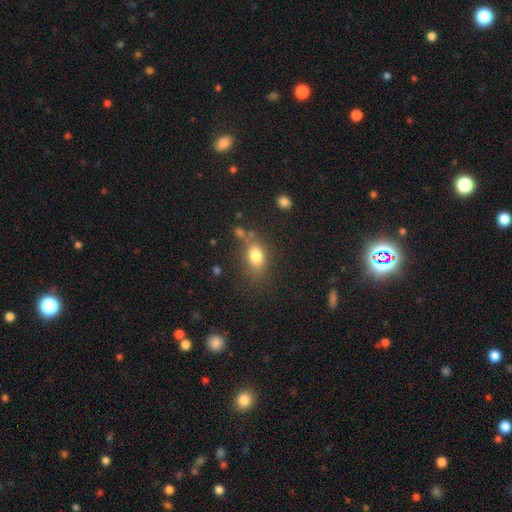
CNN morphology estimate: type=smooth (79%); roundness=in between (72%); merging=none (61%).